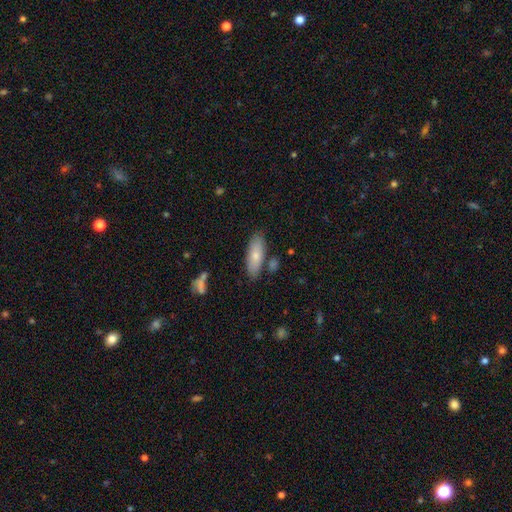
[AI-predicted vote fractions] This appears to be a smooth galaxy with no disk features (75%) that is in between round and cigar-shaped (64%). Merging: none (79%).